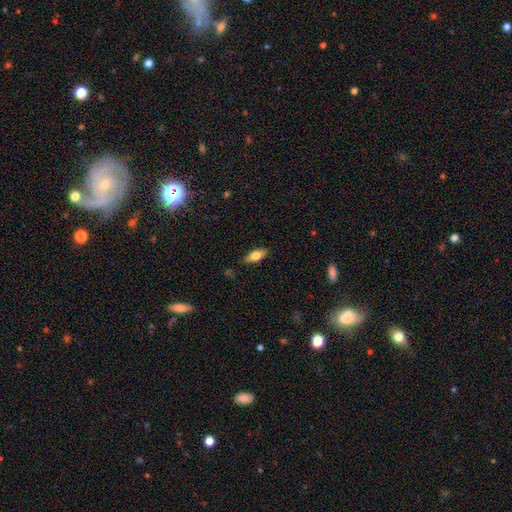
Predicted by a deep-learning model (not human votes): A smooth galaxy with no disk features (69%) that is in between round and cigar-shaped (78%). Merging: none (84%).